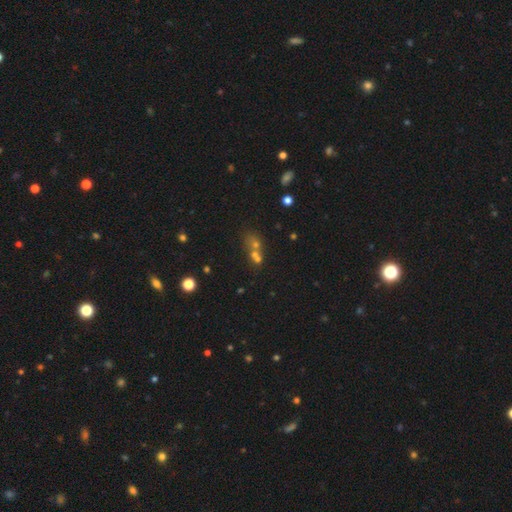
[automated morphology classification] Smooth or featured? smooth (49%)
Merging? merger (53%)